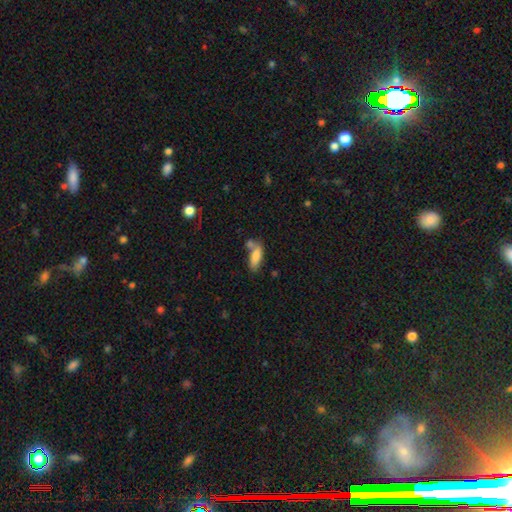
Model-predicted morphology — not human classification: Smooth or featured: smooth — 75% (featured or disk — 17%)
How rounded: in between — 62% (cigar-shaped — 35%)
Merging: none — 48% (merger — 29%)